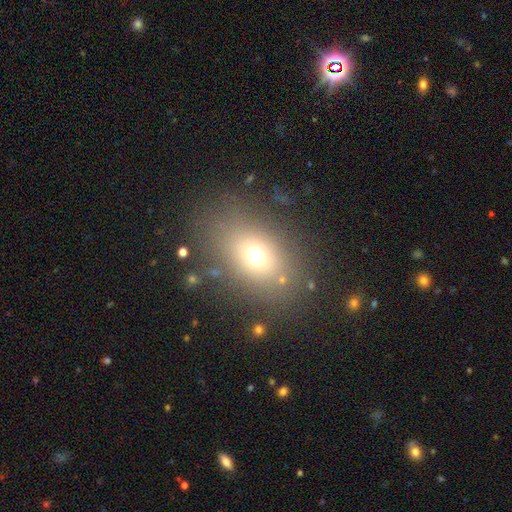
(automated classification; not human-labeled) smooth_or_featured: smooth (p=0.67) [alt: star or artifact p=0.18]
how_rounded: in between (p=0.66) [alt: round p=0.32]
merging: none (p=0.79) [alt: minor disturbance p=0.11]